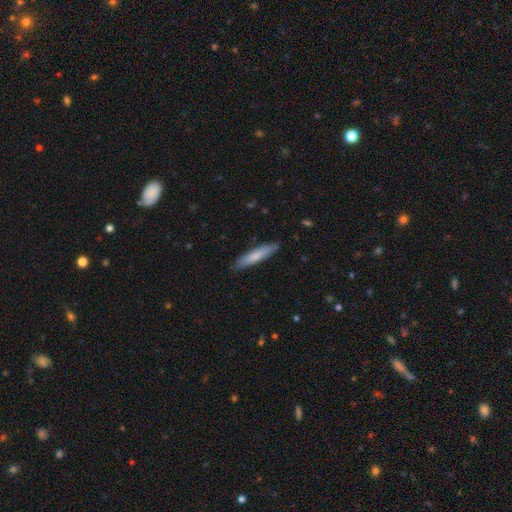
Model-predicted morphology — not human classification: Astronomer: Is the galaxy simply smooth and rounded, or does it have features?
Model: smooth — 75%.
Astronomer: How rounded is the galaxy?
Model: cigar-shaped — 87%.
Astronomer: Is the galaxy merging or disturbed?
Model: none — 88%.